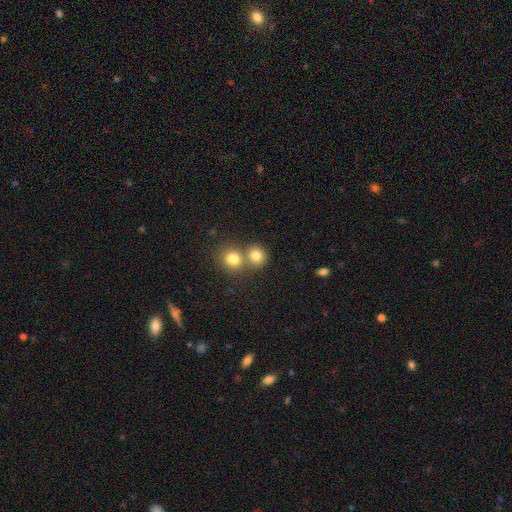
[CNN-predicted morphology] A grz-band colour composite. It shows a smooth galaxy with no disk features (81%) that is round (82%). Merging: none (47%).